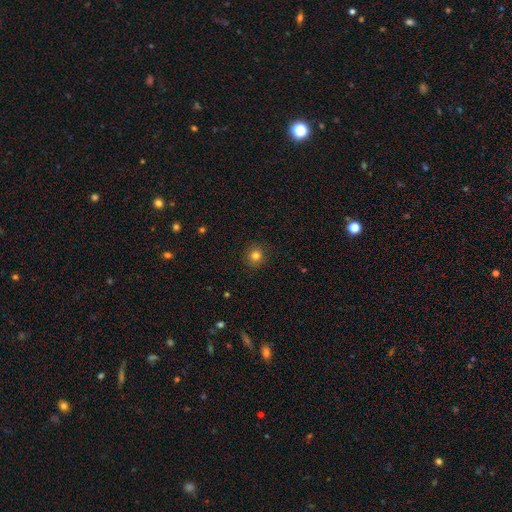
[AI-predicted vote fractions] smooth 81%, star or artifact 13%, featured or disk 6%. Down the decision tree: how rounded — round (91%); merging — none (91%).